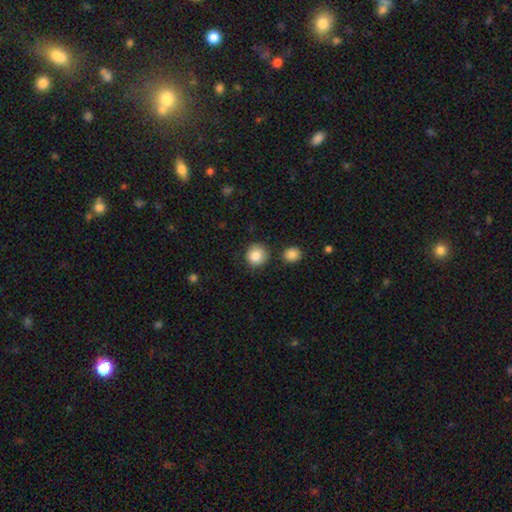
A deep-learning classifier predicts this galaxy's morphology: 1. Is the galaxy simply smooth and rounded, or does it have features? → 87% smooth, 9% star or artifact, 5% featured or disk.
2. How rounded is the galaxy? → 91% round, 8% in between, 1% cigar-shaped.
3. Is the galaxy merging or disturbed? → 81% none, 11% minor disturbance, 5% merger, 3% major disturbance.